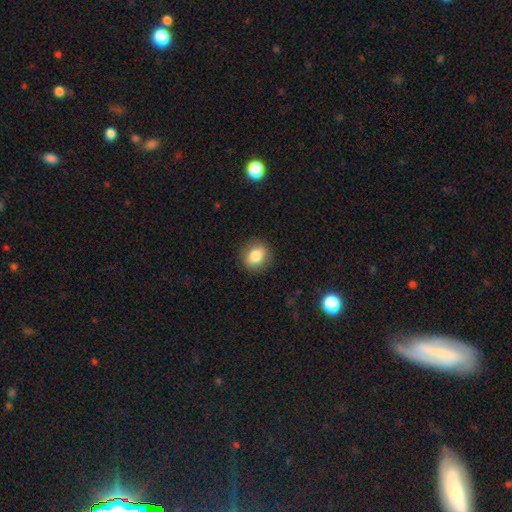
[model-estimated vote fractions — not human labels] A smooth galaxy with no disk features (81%) that is round (69%). Merging: none (87%).